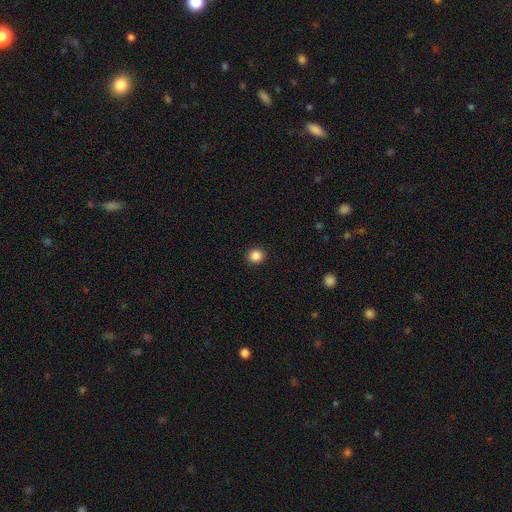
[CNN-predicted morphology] This appears to be a smooth galaxy with no disk features (86%) that is round (91%). Merging: none (92%).